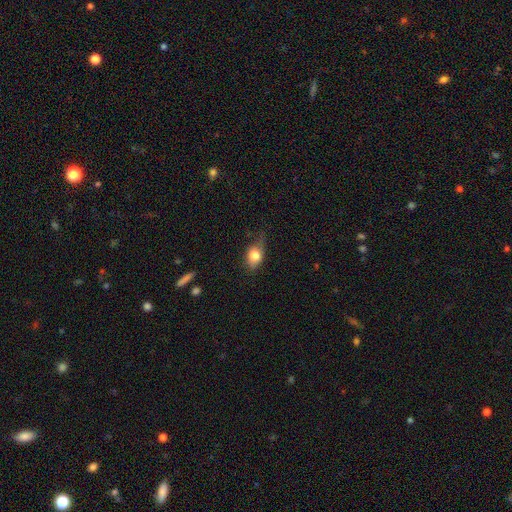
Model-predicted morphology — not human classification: smooth-or-featured: smooth: 78% | featured or disk: 13% | star or artifact: 8%
  how-rounded: in between: 70% | round: 27% | cigar-shaped: 3%
  merging: none: 49% | minor disturbance: 35% | major disturbance: 14% | merger: 2%